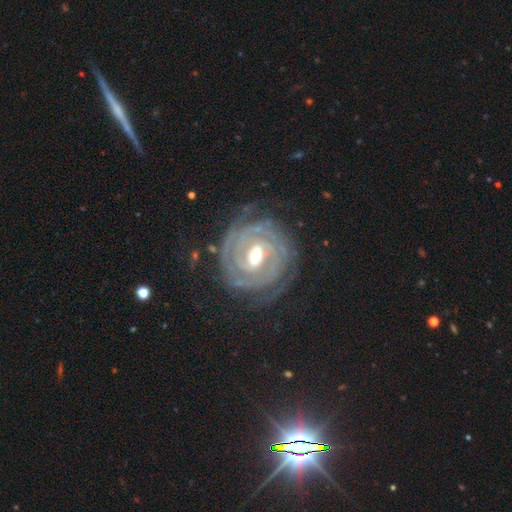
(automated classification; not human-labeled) Smooth or featured?
  - featured or disk: 91% *
  - star or artifact: 5%
  - smooth: 5%
Edge-on disk?
  - no: 97% *
  - yes: 3%
Bar?
  - weak: 47% *
  - strong: 36%
  - no: 17%
Spiral arms?
  - yes: 97% *
  - no: 3%
Spiral winding?
  - tight: 84% *
  - medium: 14%
  - loose: 3%
Spiral arm count?
  - 2: 35% *
  - can't tell: 22%
  - 3: 20%
  - 4: 11%
  - more than 4: 7%
  - 1: 6%
Bulge size?
  - moderate: 59% *
  - small: 37%
  - large: 3%
  - none: 1%
  - dominant: 1%
Merging?
  - none: 77% *
  - minor disturbance: 15%
  - major disturbance: 6%
  - merger: 2%